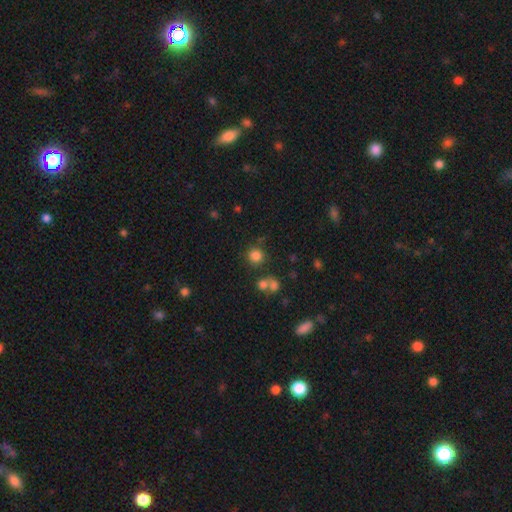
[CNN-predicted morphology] Smooth or featured?
  - smooth: 81% *
  - star or artifact: 14%
  - featured or disk: 5%
How rounded?
  - round: 91% *
  - in between: 8%
  - cigar-shaped: 1%
Merging?
  - none: 75% *
  - merger: 12%
  - minor disturbance: 9%
  - major disturbance: 4%